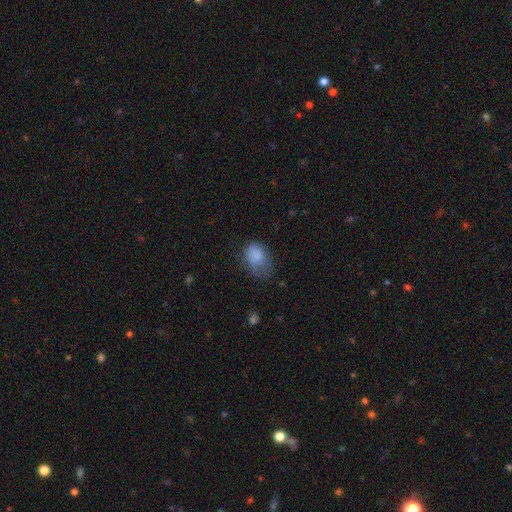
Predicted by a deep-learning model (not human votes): Smooth or featured: smooth — 81% (featured or disk — 10%)
How rounded: in between — 72% (round — 27%)
Merging: none — 37% (minor disturbance — 35%)